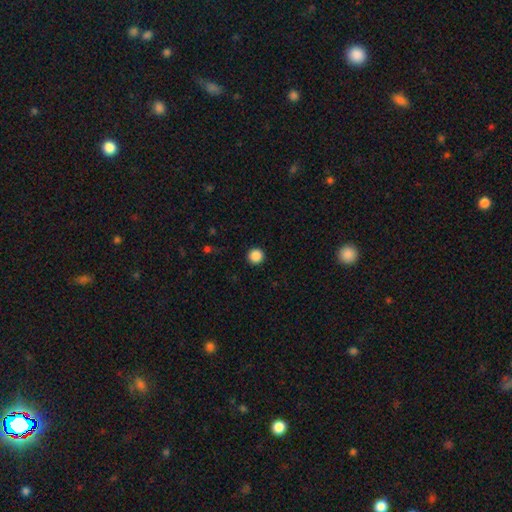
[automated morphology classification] type=smooth (88%); roundness=round (97%); merging=none (93%).